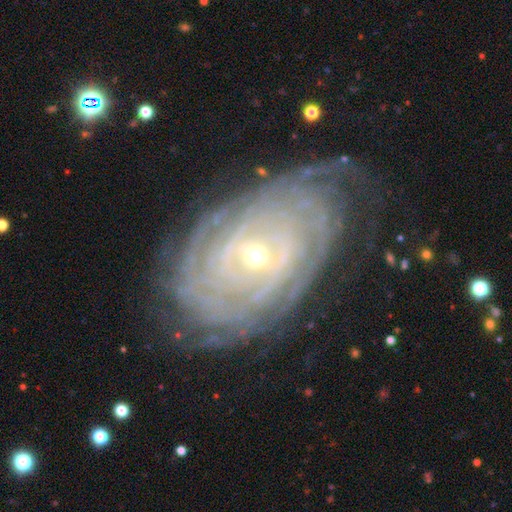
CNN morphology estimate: This is clearly a featured or disk galaxy (89%). It is clearly not viewed edge-on (95%). Bar: possibly no (52%). Spiral arm pattern: clearly yes (96%). Spiral arm count: marginally can't tell (35%). Spiral winding: clearly tight (86%). Central bulge: likely small (68%). Merging: likely none (75%).